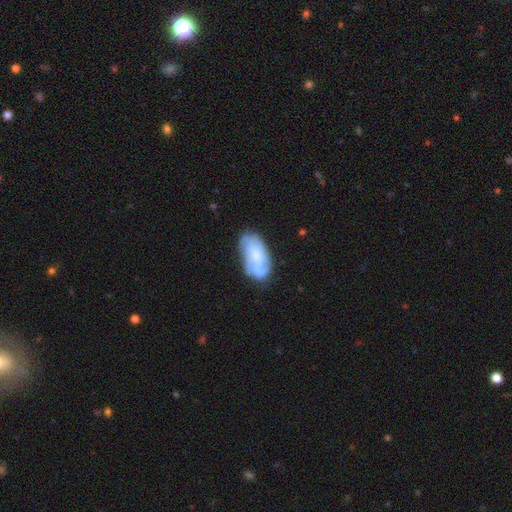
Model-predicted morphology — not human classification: A featured or disk galaxy (46%). Merging: none (61%).